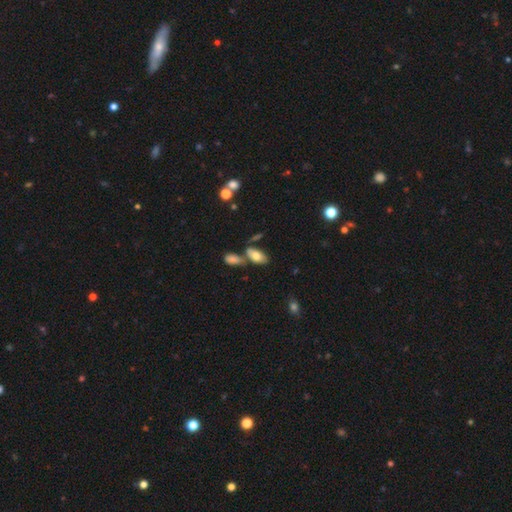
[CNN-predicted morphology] Q: Smooth or featured?
A: smooth (72%); runner-up: featured or disk (19%)
Q: How rounded?
A: in between (90%); runner-up: cigar-shaped (7%)
Q: Merging?
A: none (54%); runner-up: merger (27%)